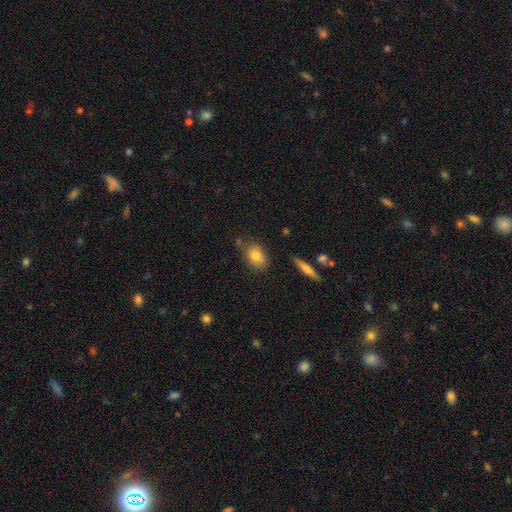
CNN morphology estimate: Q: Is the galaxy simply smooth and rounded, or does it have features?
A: smooth — 80%.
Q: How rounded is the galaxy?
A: in between — 77%.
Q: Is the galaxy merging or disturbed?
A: none — 74%.